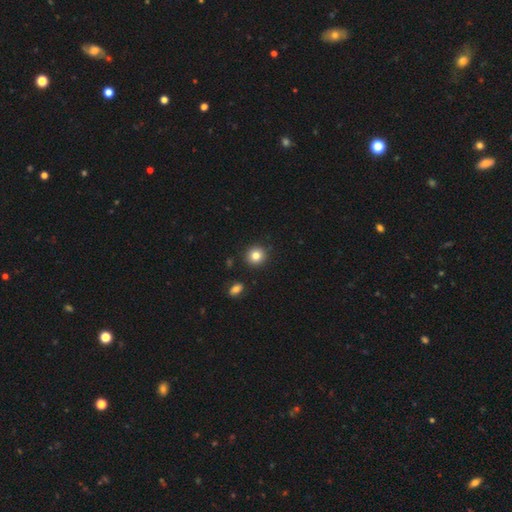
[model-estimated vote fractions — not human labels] smooth-or-featured: smooth: 83% | star or artifact: 11% | featured or disk: 7%
  how-rounded: round: 91% | in between: 8% | cigar-shaped: 1%
  merging: none: 91% | minor disturbance: 5% | merger: 2% | major disturbance: 2%